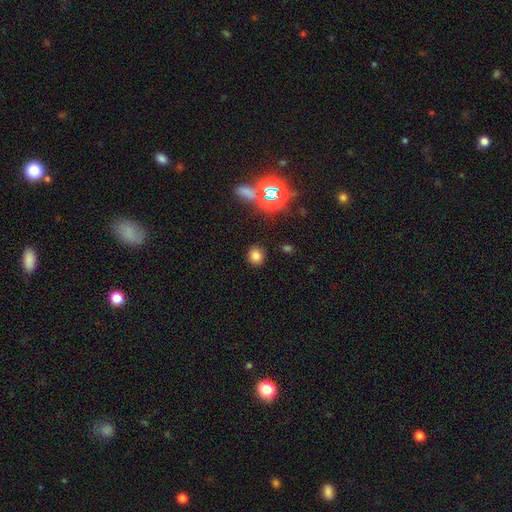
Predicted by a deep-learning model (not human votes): The model was most divided on "how rounded": round: 75%, in between: 24%, cigar-shaped: 1%. More confident: merging — none (88%); smooth or featured — smooth (74%).